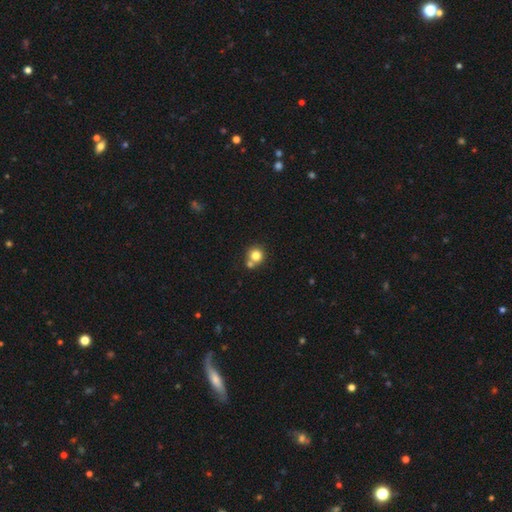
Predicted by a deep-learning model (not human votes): Smooth or featured: smooth — 80% (star or artifact — 11%)
How rounded: round — 91% (in between — 8%)
Merging: none — 58% (merger — 31%)